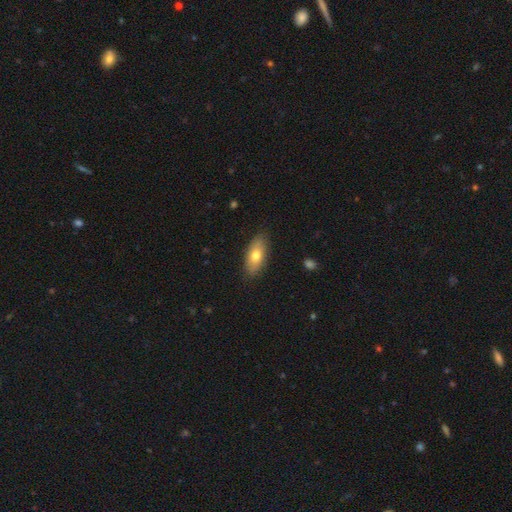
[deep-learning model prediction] The model was most divided on "smooth or featured": smooth: 71%, featured or disk: 23%, star or artifact: 6%. More confident: how rounded — in between (89%); merging — none (83%).